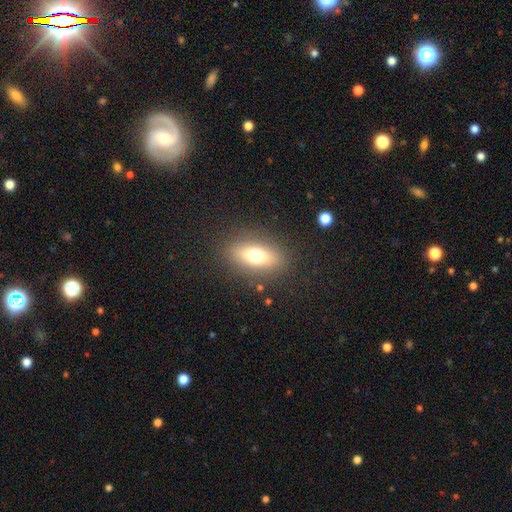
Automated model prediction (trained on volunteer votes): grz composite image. It shows a smooth galaxy with no disk features (68%) that is in between round and cigar-shaped (75%). Merging: none (86%).